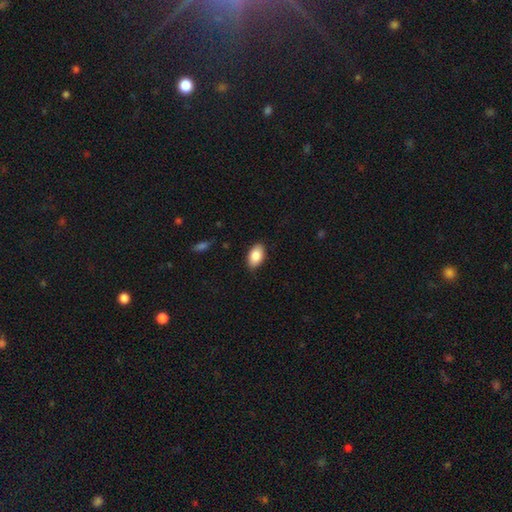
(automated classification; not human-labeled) Overall: smooth (87%). How rounded: in between (93%). Merging: none (86%).